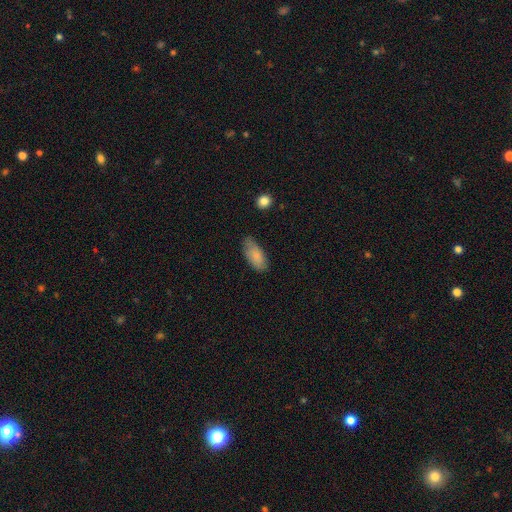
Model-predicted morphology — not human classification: Smooth or featured?
  - smooth: 84% *
  - featured or disk: 9%
  - star or artifact: 6%
How rounded?
  - in between: 87% *
  - cigar-shaped: 12%
  - round: 2%
Merging?
  - none: 72% *
  - minor disturbance: 22%
  - major disturbance: 4%
  - merger: 2%